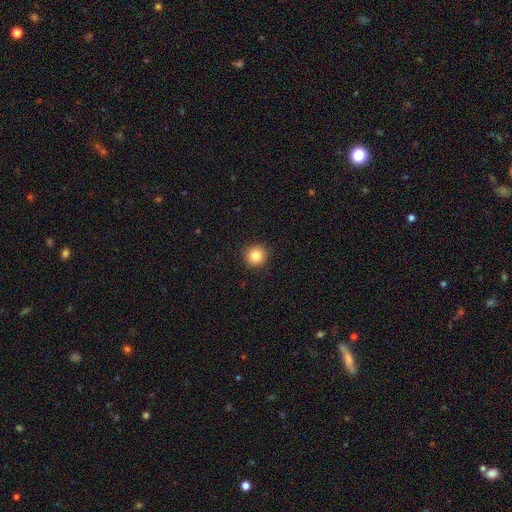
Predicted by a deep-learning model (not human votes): This appears to be a smooth galaxy with no disk features (83%) that is round (95%). Merging: none (93%).